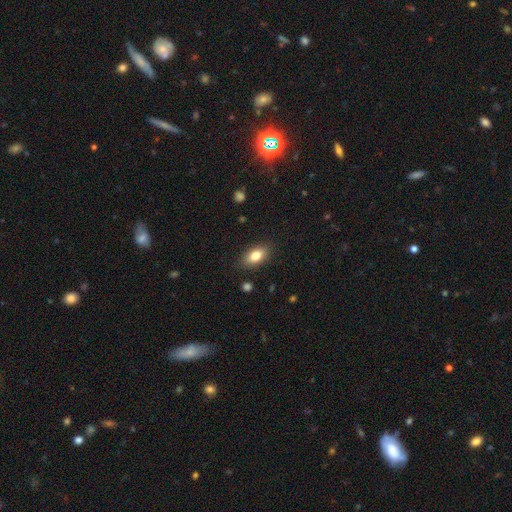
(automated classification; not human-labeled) A smooth galaxy with no disk features (81%) that is in between round and cigar-shaped (88%). Merging: none (86%).